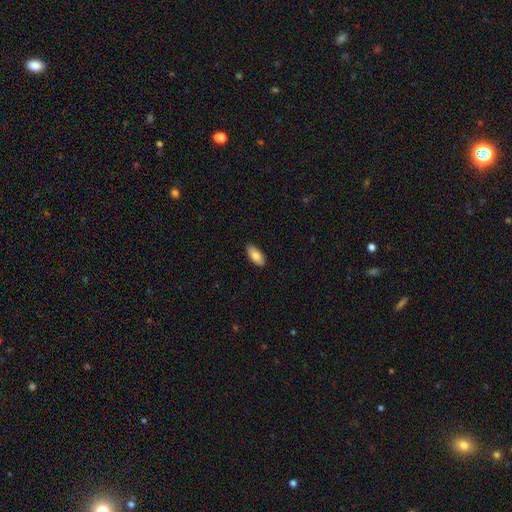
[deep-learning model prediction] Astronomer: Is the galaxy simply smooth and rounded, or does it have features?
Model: smooth — 81%.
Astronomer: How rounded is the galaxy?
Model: in between — 89%.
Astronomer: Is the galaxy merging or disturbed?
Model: none — 89%.